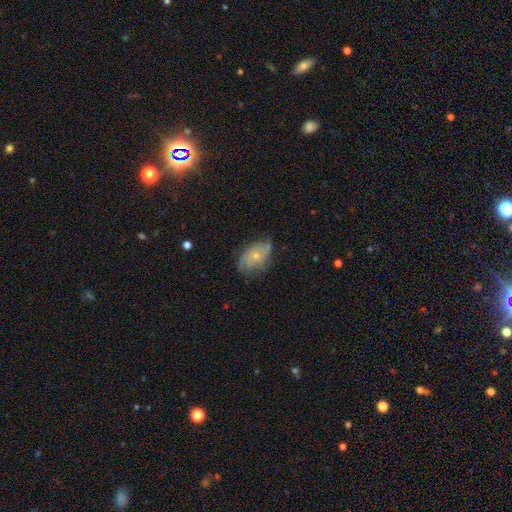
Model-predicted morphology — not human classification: type=featured or disk (55%); edge-on=no (96%); bar=no (82%); spiral arms=yes (80%); bulge=small (66%); merging=none (63%).